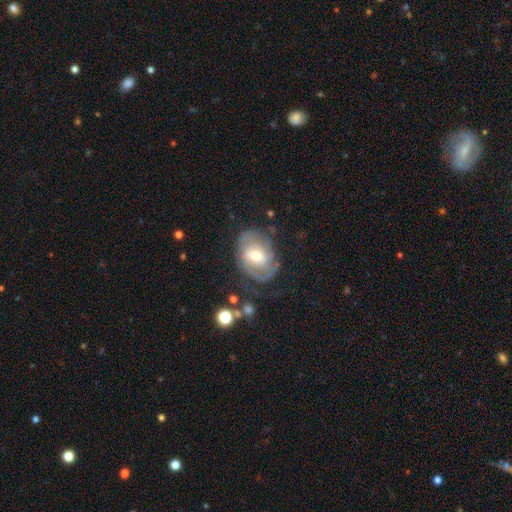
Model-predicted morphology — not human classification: type=featured or disk (72%); edge-on=no (96%); bar=weak (45%); spiral arms=yes (84%); winding=tight (49%); arm count=2 (47%); bulge=moderate (62%); merging=none (59%).